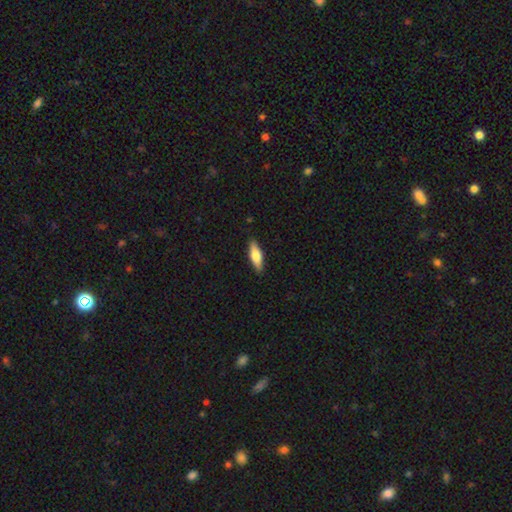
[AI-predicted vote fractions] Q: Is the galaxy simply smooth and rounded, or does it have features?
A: smooth — 65%.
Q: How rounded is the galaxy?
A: cigar-shaped — 50%.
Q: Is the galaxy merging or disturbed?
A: none — 89%.